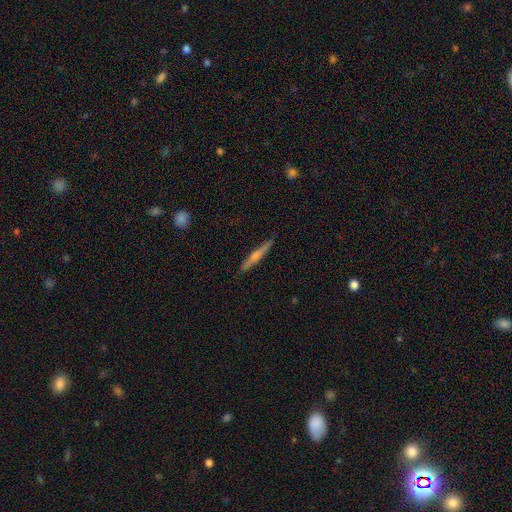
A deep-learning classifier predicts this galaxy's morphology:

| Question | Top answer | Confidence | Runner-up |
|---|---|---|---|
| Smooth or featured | featured or disk | 66% | smooth (26%) |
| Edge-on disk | yes | 97% | no (3%) |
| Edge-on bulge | rounded | 78% | none (16%) |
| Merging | none | 90% | minor disturbance (7%) |